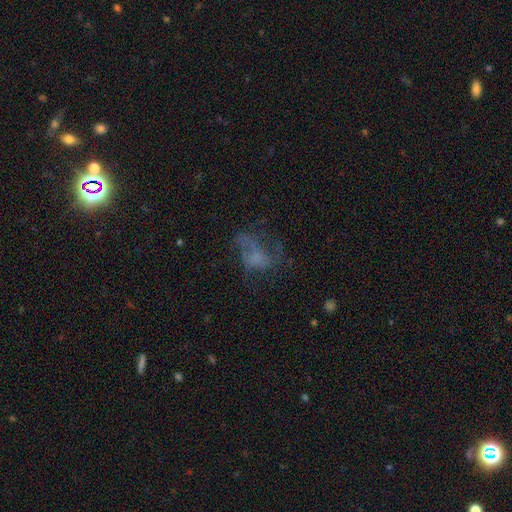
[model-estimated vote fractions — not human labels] Morphology: type=featured or disk (44%); merging=major disturbance (40%).